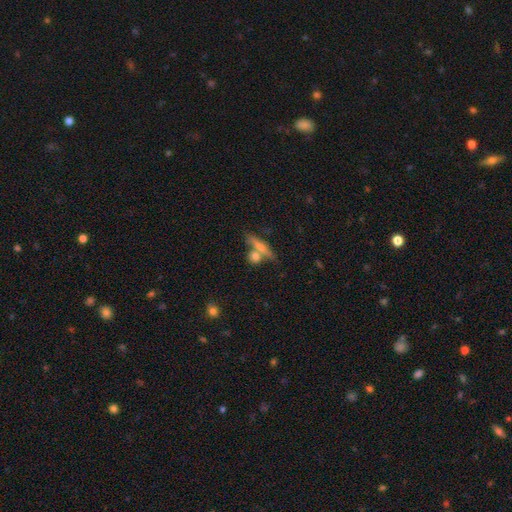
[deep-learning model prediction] Smooth or featured?
  - smooth: 60% *
  - featured or disk: 30%
  - star or artifact: 10%
How rounded?
  - cigar-shaped: 48% *
  - in between: 26%
  - round: 25%
Merging?
  - none: 55% *
  - merger: 31%
  - minor disturbance: 10%
  - major disturbance: 4%